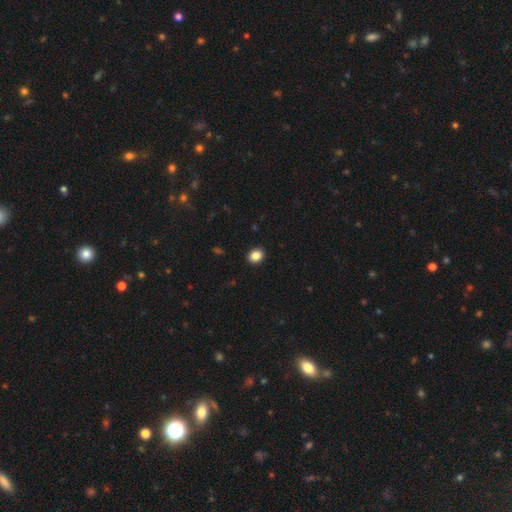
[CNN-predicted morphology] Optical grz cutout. It shows a smooth galaxy with no disk features (86%) that is round (57%). Merging: none (92%).